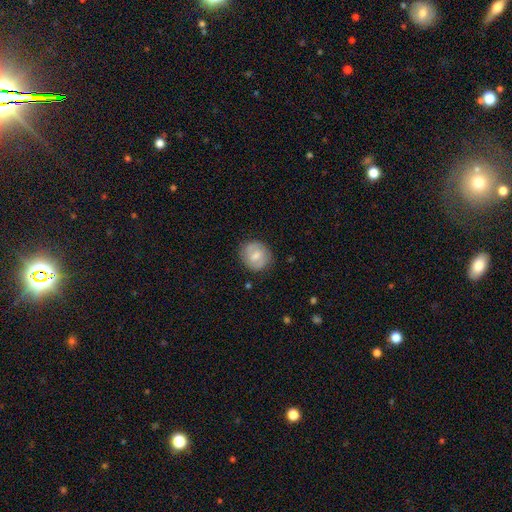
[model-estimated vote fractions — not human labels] A smooth galaxy with no disk features (50%).

Vote fractions:
- Smooth or featured? smooth: 50% / featured or disk: 43% / star or artifact: 7%
- Merging? none: 81% / minor disturbance: 14% / major disturbance: 4% / merger: 1%